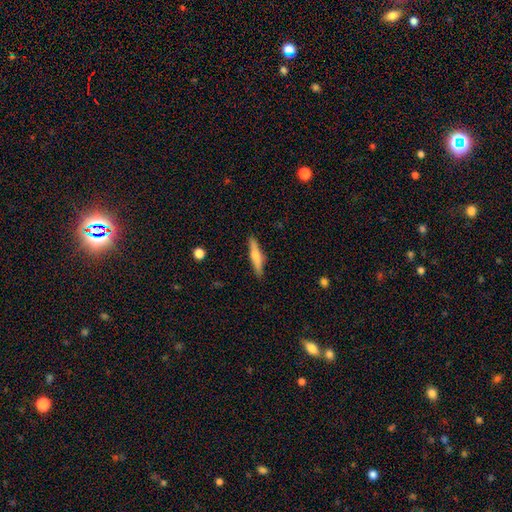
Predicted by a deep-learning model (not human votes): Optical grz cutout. It shows a smooth galaxy with no disk features (52%) that is cigar-shaped (87%). Merging: none (88%).